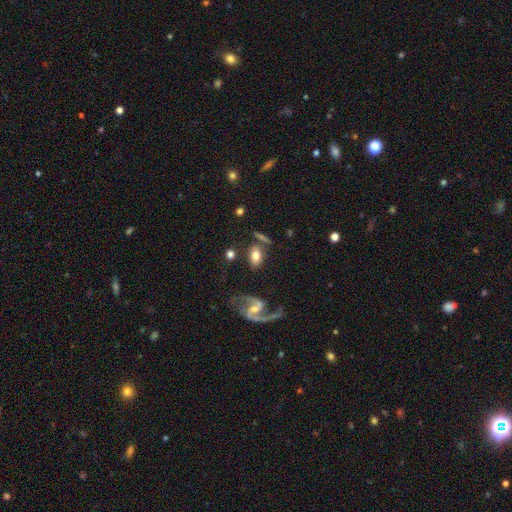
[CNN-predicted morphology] A smooth galaxy with no disk features (59%) that is in between round and cigar-shaped (87%). Merging: none (71%).